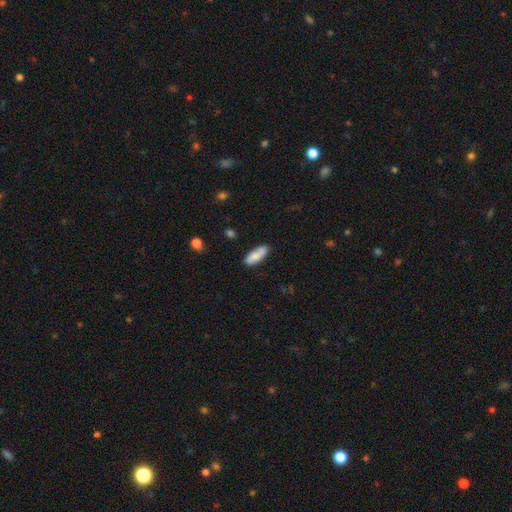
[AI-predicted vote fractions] This appears to be a smooth galaxy with no disk features (74%) that is in between round and cigar-shaped (68%). Merging: none (76%).